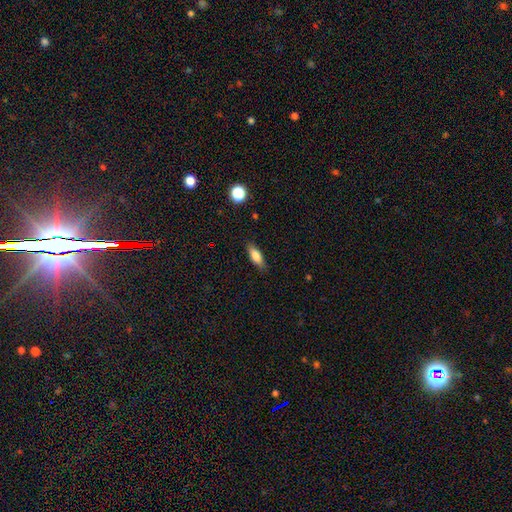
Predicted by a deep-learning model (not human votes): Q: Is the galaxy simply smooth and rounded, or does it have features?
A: smooth — 80%.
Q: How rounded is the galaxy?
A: in between — 64%.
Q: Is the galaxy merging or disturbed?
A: none — 84%.